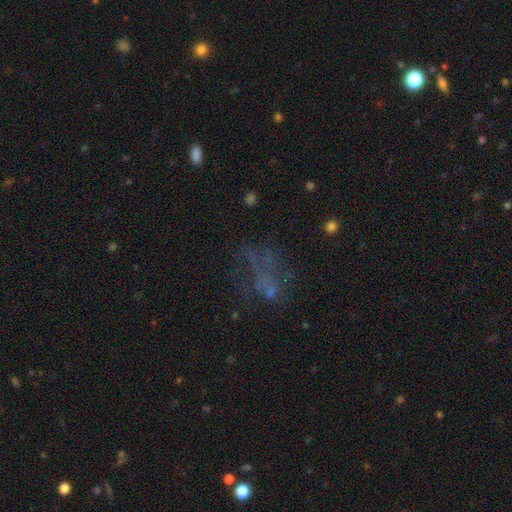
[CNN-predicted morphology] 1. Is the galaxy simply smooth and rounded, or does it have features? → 36% featured or disk (tied), 36% star or artifact (tied), 28% smooth.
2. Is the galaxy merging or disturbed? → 46% none, 31% major disturbance, 16% minor disturbance, 7% merger.